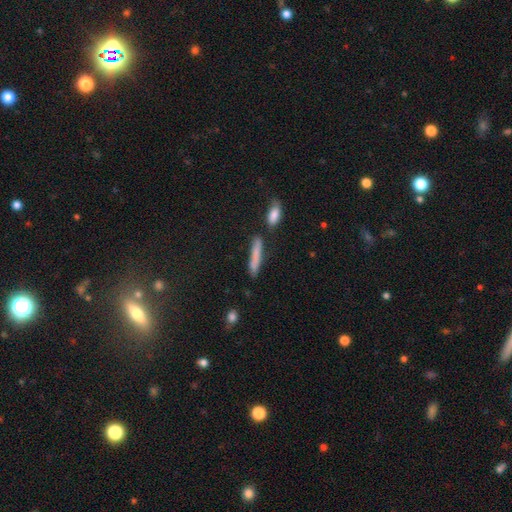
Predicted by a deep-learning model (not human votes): A smooth galaxy with no disk features (76%) that is cigar-shaped (91%). Merging: none (77%).